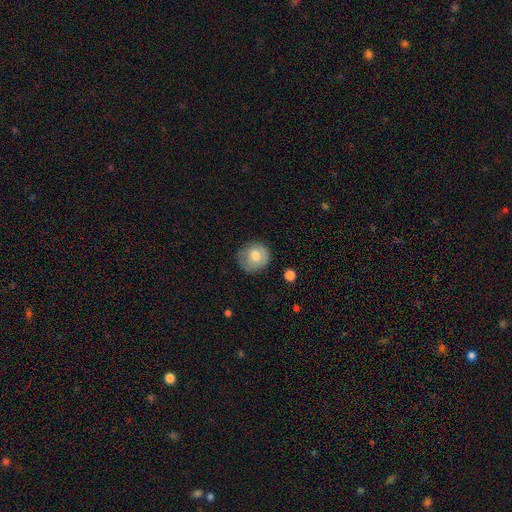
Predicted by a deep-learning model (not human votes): Morphology: type=smooth (72%); roundness=round (84%); merging=none (72%).